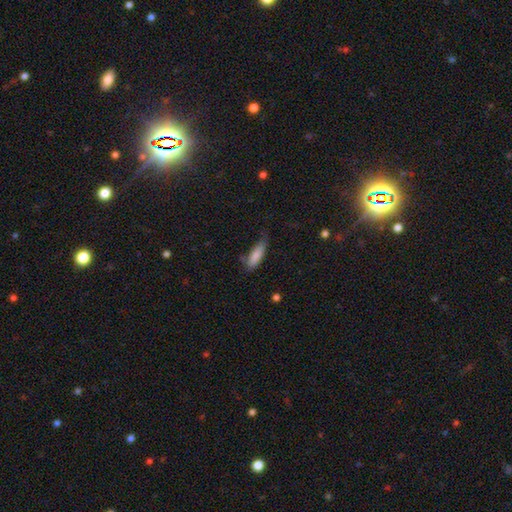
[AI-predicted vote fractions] Overall: smooth (84%). How rounded: cigar-shaped (49%, tied with in between). Merging: none (56%; minor disturbance 33%).